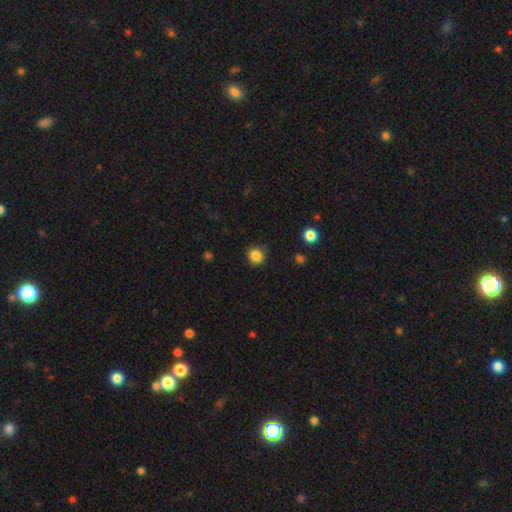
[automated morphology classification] type=smooth (85%); roundness=round (92%); merging=none (86%).